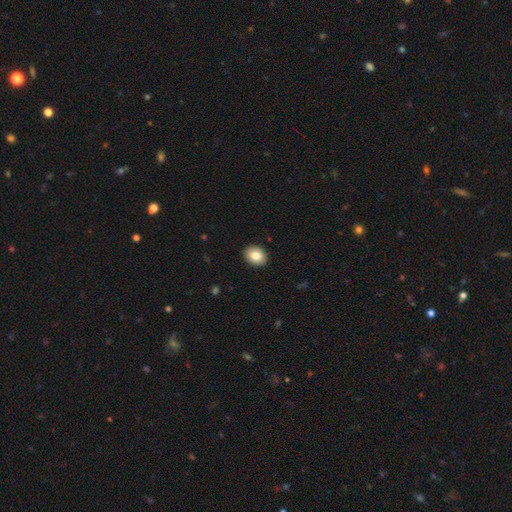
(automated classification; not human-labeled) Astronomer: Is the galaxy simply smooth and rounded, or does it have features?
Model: smooth — 83%.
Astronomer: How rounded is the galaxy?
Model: round — 50% (runner-up: in between, 49%).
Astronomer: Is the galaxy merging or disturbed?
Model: none — 92%.